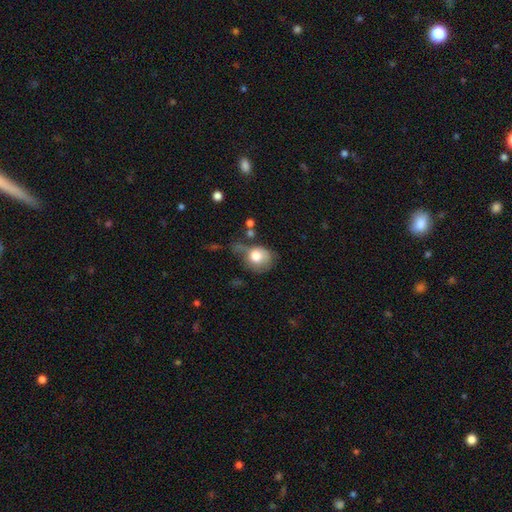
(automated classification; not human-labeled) smooth_or_featured: smooth (p=0.74) [alt: featured or disk p=0.18]
how_rounded: round (p=0.65) [alt: in between p=0.34]
merging: major disturbance (p=0.31) [alt: minor disturbance p=0.29]